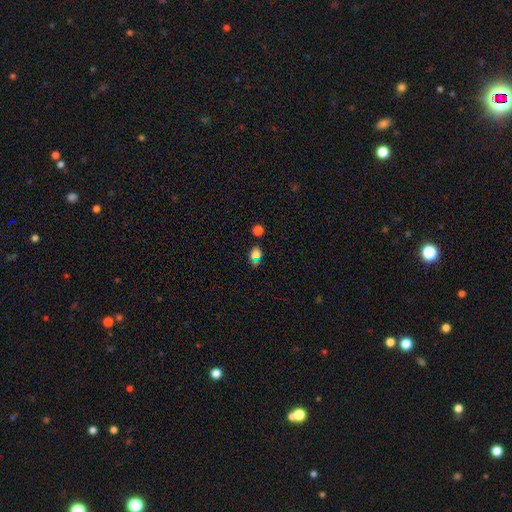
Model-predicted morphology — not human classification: smooth-or-featured: smooth: 68% | star or artifact: 25% | featured or disk: 7%
  how-rounded: in between: 50% | round: 48% | cigar-shaped: 2%
  merging: none: 69% | merger: 15% | minor disturbance: 12% | major disturbance: 5%